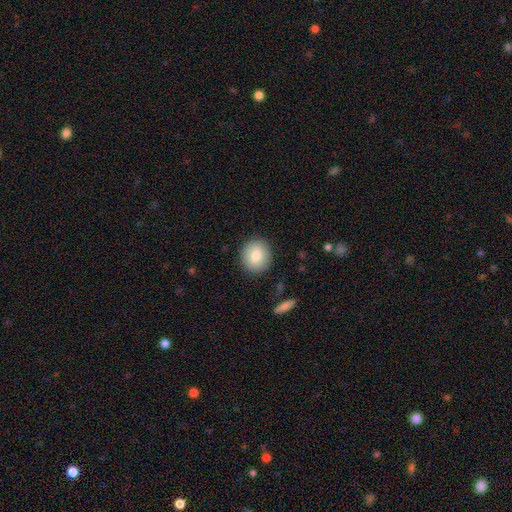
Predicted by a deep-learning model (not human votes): smooth_or_featured: smooth (p=0.79) [alt: featured or disk p=0.14]
how_rounded: round (p=0.82) [alt: in between p=0.17]
merging: none (p=0.89) [alt: minor disturbance p=0.08]